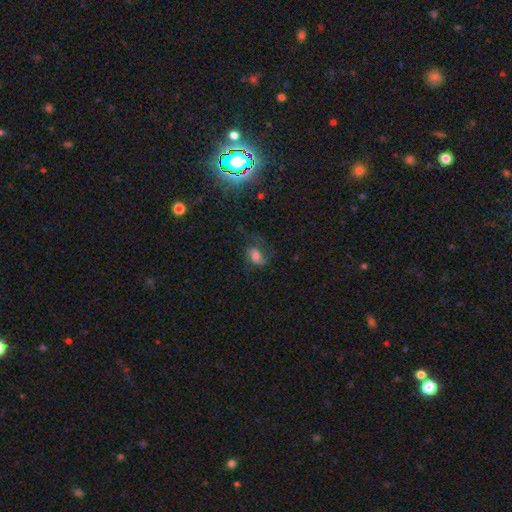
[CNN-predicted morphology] The model was most divided on "smooth or featured": smooth: 45%, featured or disk: 42%, star or artifact: 14%. Remaining: merging — none (42%).